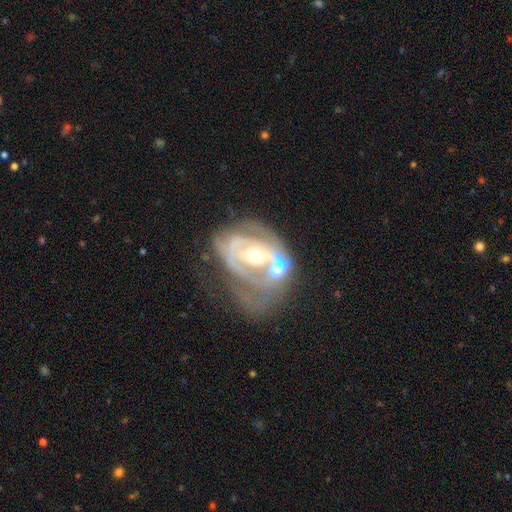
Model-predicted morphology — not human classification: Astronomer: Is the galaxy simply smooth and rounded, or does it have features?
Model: featured or disk — 82%.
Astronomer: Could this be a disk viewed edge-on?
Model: no — 96%.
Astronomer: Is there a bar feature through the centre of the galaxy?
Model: no — 47% (runner-up: weak, 31%).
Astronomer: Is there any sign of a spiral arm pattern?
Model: yes — 69%.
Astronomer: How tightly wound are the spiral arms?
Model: tight — 51% (runner-up: medium, 33%).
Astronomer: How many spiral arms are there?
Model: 2 — 43% (runner-up: can't tell, 36%).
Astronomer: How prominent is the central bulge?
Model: moderate — 55% (runner-up: small, 39%).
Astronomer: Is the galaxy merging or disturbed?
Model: merger — 38% (runner-up: none, 23%).